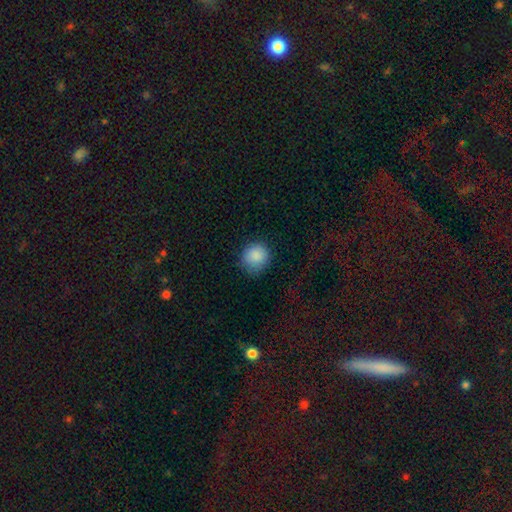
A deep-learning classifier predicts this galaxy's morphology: A smooth galaxy with no disk features (89%) that is round (87%). Merging: none (81%).